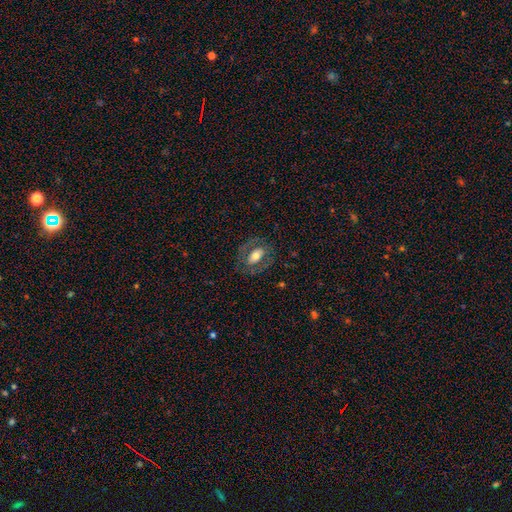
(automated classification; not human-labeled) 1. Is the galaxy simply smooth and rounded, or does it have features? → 57% featured or disk, 33% smooth, 10% star or artifact.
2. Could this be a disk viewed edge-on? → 88% no, 12% yes.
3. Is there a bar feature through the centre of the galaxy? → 43% no, 29% weak, 27% strong.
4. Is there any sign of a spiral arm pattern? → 64% no, 36% yes.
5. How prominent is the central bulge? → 58% moderate, 24% large, 13% small, 3% dominant, 2% none.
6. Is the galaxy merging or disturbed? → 80% none, 12% minor disturbance, 7% major disturbance, 1% merger.